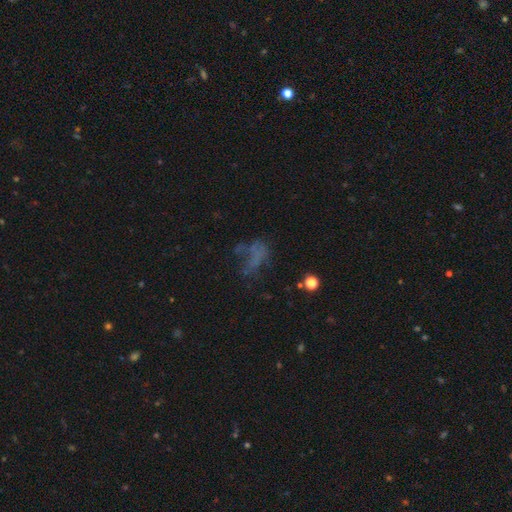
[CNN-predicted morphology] This is marginally a featured or disk galaxy (39%). Merging: marginally major disturbance (39%).